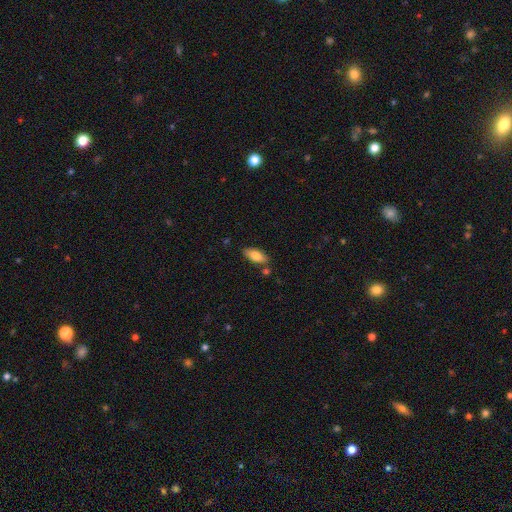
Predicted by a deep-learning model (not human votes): smooth_or_featured: smooth (p=0.81) [alt: featured or disk p=0.13]
how_rounded: in between (p=0.84) [alt: cigar-shaped p=0.14]
merging: none (p=0.77) [alt: minor disturbance p=0.14]